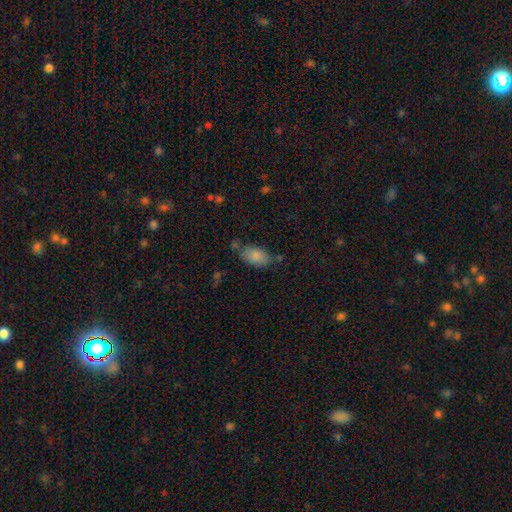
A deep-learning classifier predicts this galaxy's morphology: This is clearly a smooth galaxy (85%). How rounded: clearly in between (92%). Merging: likely none (63%).